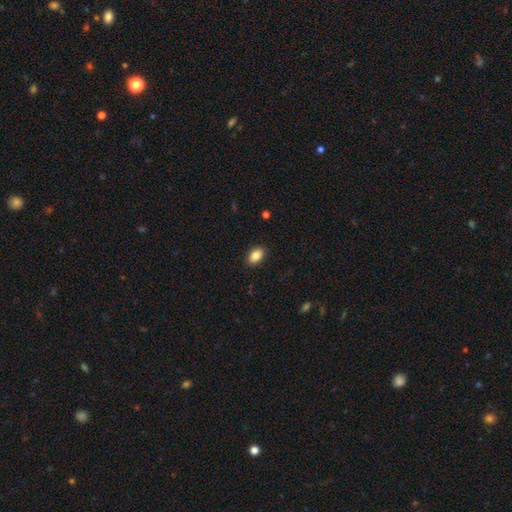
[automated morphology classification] smooth-or-featured: smooth: 87% | star or artifact: 8% | featured or disk: 6%
  how-rounded: in between: 90% | round: 9% | cigar-shaped: 2%
  merging: none: 89% | minor disturbance: 8% | major disturbance: 2% | merger: 1%